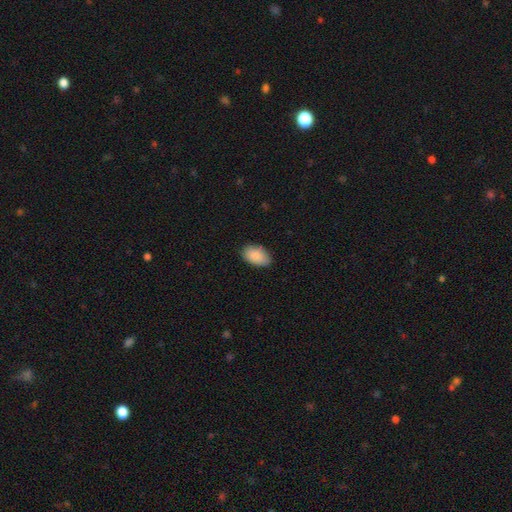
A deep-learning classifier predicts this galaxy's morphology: Smooth or featured: smooth — 88% (star or artifact — 6%)
How rounded: in between — 92% (round — 6%)
Merging: none — 82% (minor disturbance — 15%)